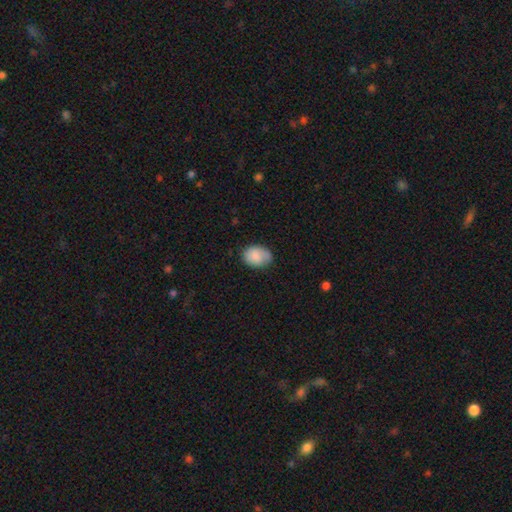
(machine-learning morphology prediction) Q: Smooth or featured?
A: smooth (82%); runner-up: featured or disk (11%)
Q: How rounded?
A: in between (73%); runner-up: round (26%)
Q: Merging?
A: none (66%); runner-up: minor disturbance (26%)